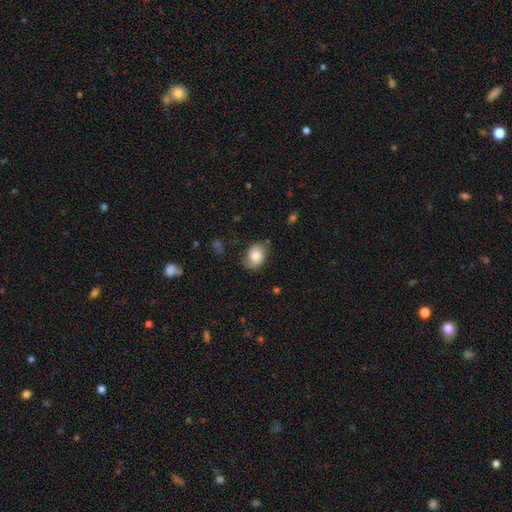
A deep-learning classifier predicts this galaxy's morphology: type=smooth (69%); roundness=in between (64%); merging=none (60%).